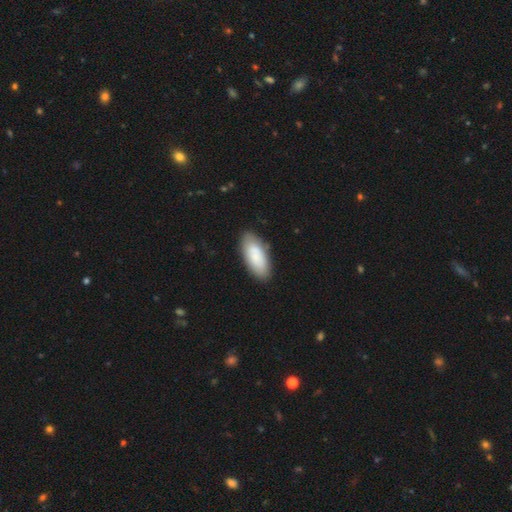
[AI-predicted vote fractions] smooth 80%, featured or disk 14%, star or artifact 6%. Down the decision tree: how rounded — in between (88%); merging — none (81%).